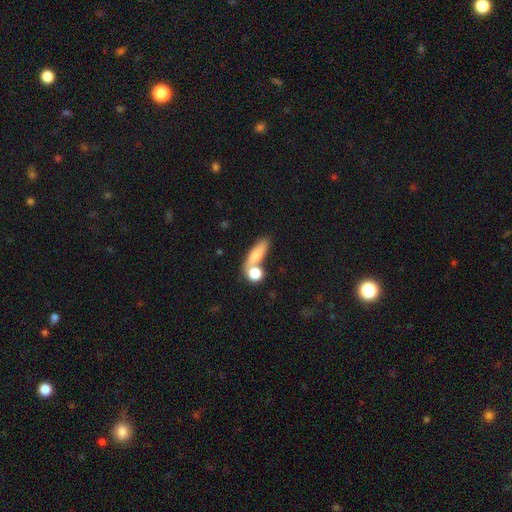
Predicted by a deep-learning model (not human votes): Q: Smooth or featured?
A: smooth (75%); runner-up: featured or disk (16%)
Q: How rounded?
A: in between (49%); runner-up: cigar-shaped (36%)
Q: Merging?
A: none (45%); runner-up: merger (35%)